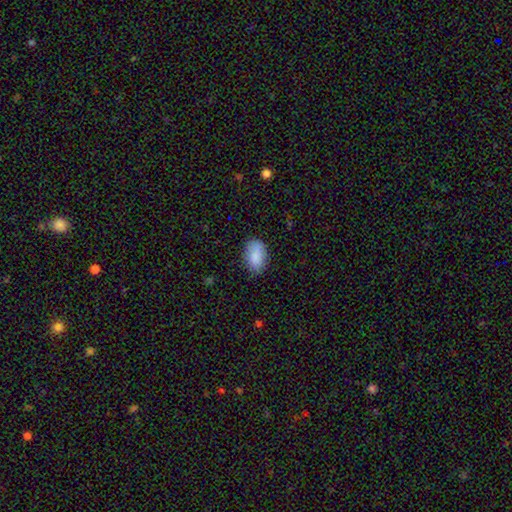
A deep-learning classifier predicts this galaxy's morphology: Smooth or featured? Predicted: smooth (p=0.87). How rounded? Predicted: in between (p=0.91). Merging? Predicted: none (p=0.77).